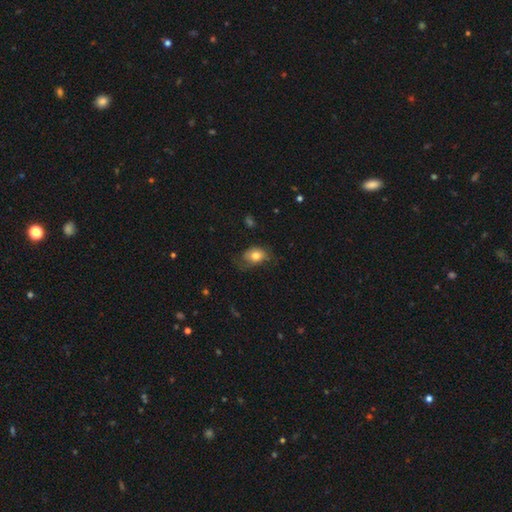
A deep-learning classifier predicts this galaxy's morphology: smooth-or-featured: smooth: 74% | featured or disk: 18% | star or artifact: 8%
  how-rounded: in between: 70% | round: 28% | cigar-shaped: 1%
  merging: none: 51% | minor disturbance: 30% | major disturbance: 17% | merger: 2%